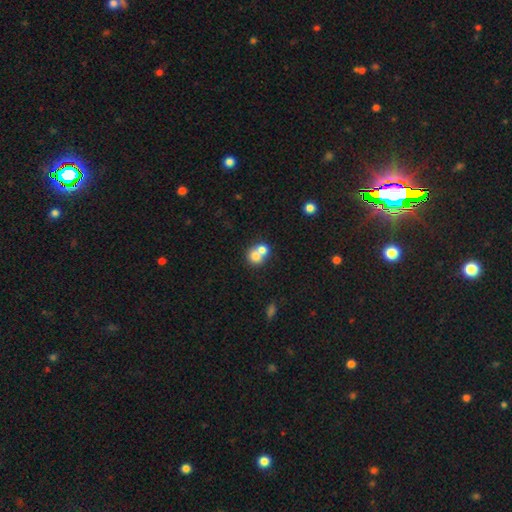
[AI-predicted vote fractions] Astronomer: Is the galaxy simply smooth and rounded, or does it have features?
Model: smooth — 72%.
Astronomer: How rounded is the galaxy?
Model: round — 72%.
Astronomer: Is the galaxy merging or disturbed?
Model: merger — 66%.